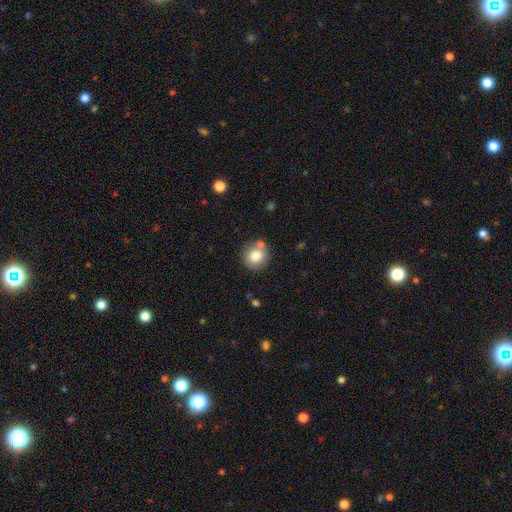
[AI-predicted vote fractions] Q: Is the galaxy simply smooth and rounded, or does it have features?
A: smooth — 80%.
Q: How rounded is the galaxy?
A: round — 89%.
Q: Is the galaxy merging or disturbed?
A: none — 72%.